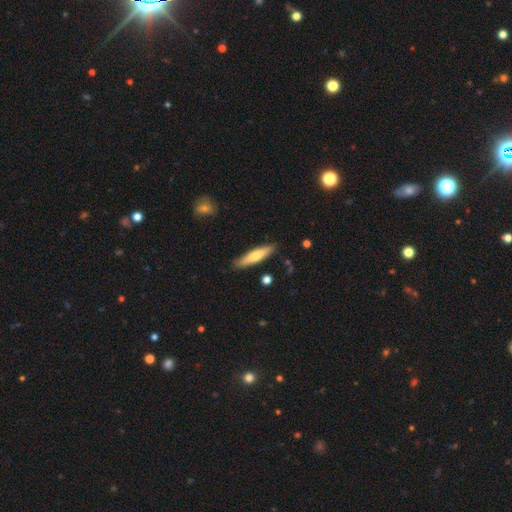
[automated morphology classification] A smooth galaxy with no disk features (63%) that is cigar-shaped (80%). Merging: none (86%).